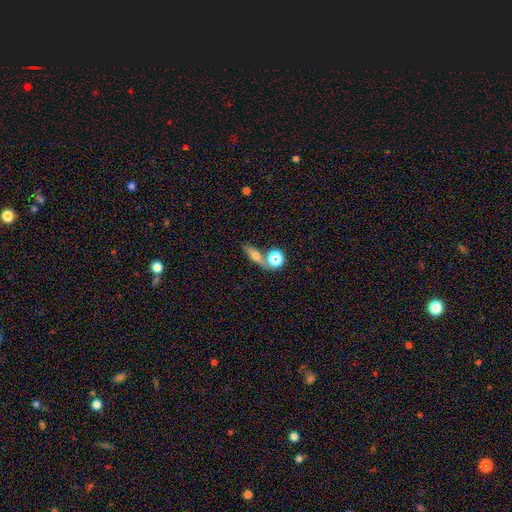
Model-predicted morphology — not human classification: Q: Smooth or featured?
A: smooth (55%); runner-up: featured or disk (28%)
Q: How rounded?
A: in between (44%); runner-up: cigar-shaped (39%)
Q: Merging?
A: none (62%); runner-up: merger (22%)